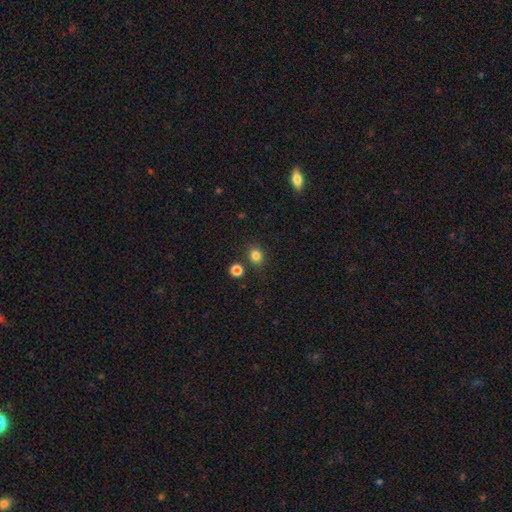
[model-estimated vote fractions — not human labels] Smooth or featured: smooth — 83% (star or artifact — 13%)
How rounded: round — 76% (in between — 24%)
Merging: none — 82% (minor disturbance — 9%)